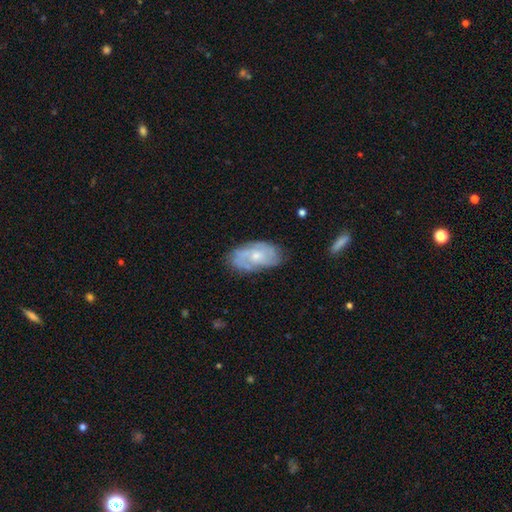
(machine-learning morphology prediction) featured or disk 67%, smooth 26%, star or artifact 7%. Down the decision tree: edge-on disk — no (95%); bar — no (75%); spiral arms — yes (82%); spiral arm count — can't tell (42%); spiral winding — tight (48%); bulge size — small (56%); merging — none (66%).